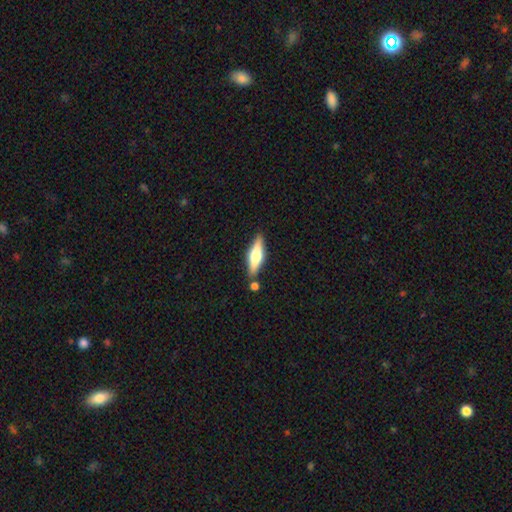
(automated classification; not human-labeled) A featured or disk galaxy (49%).

Vote fractions:
- Smooth or featured? featured or disk: 49% / smooth: 45% / star or artifact: 6%
- Merging? none: 80% / minor disturbance: 11% / merger: 7% / major disturbance: 3%